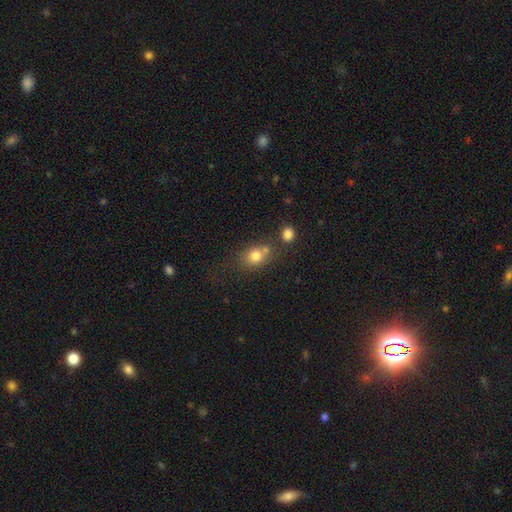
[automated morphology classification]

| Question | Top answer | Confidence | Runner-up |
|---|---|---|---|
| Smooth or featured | smooth | 78% | star or artifact (12%) |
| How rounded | round | 56% | in between (43%) |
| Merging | none | 50% | merger (29%) |